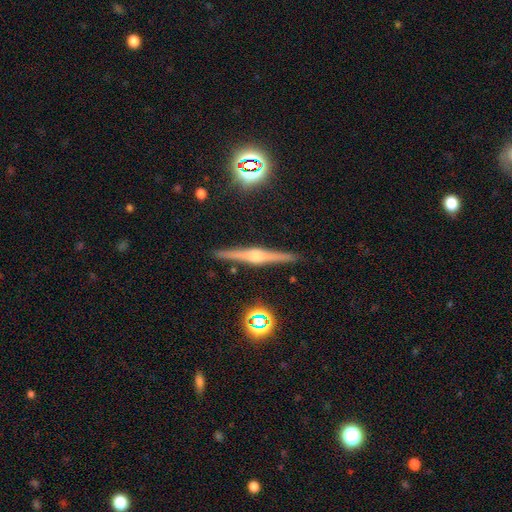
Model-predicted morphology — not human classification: Smooth or featured?
  - featured or disk: 80% *
  - smooth: 11%
  - star or artifact: 8%
Edge-on disk?
  - yes: 98% *
  - no: 2%
Edge-on bulge?
  - rounded: 90% *
  - boxy: 6%
  - none: 4%
Merging?
  - none: 92% *
  - minor disturbance: 6%
  - merger: 1%
  - major disturbance: 1%